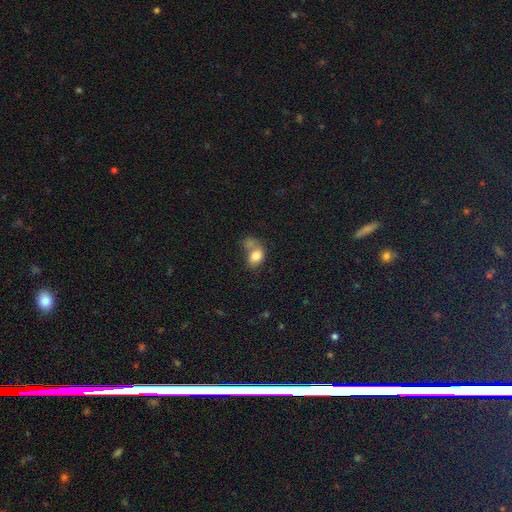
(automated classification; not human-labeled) This appears to be a smooth galaxy with no disk features (80%) that is in between round and cigar-shaped (72%). Merging: merger (47%).